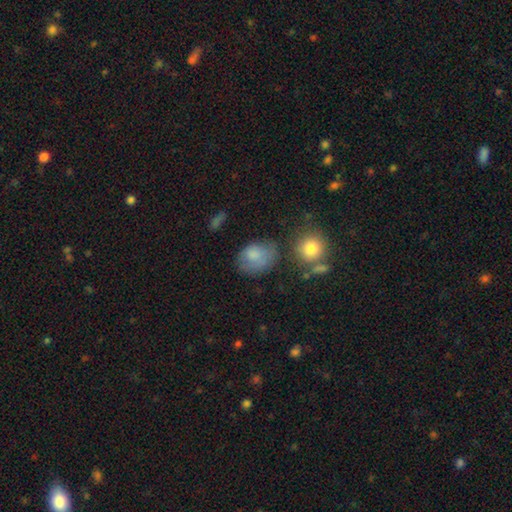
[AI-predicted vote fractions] Smooth or featured: smooth — 78% (featured or disk — 13%)
How rounded: in between — 62% (round — 37%)
Merging: none — 51% (minor disturbance — 29%)